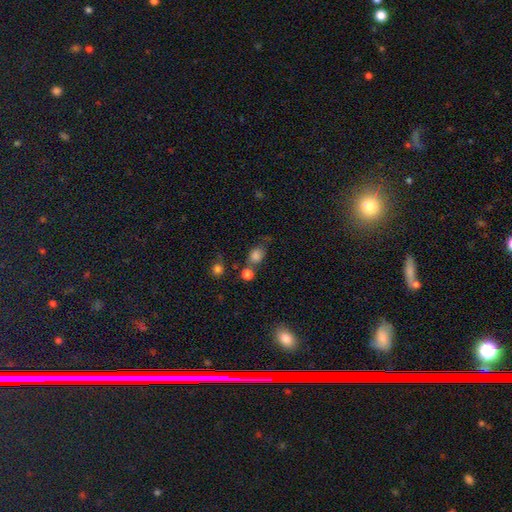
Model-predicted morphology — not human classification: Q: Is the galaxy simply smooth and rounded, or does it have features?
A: smooth — 78%.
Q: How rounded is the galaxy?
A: in between — 56%.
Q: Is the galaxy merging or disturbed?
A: none — 53%.